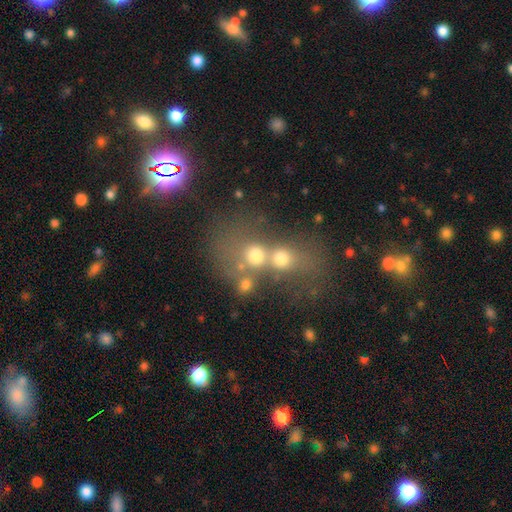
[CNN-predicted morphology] Smooth or featured?
  - smooth: 64% *
  - featured or disk: 19%
  - star or artifact: 18%
How rounded?
  - round: 67% *
  - in between: 31%
  - cigar-shaped: 2%
Merging?
  - merger: 63% *
  - none: 24%
  - major disturbance: 7%
  - minor disturbance: 6%